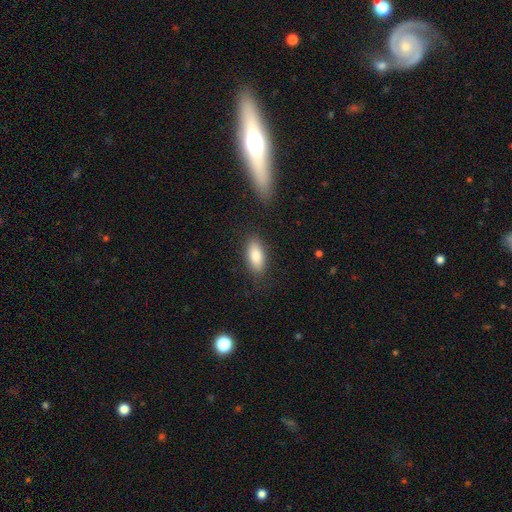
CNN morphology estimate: Smooth or featured: smooth — 86% (featured or disk — 8%)
How rounded: in between — 85% (cigar-shaped — 12%)
Merging: none — 82% (minor disturbance — 12%)